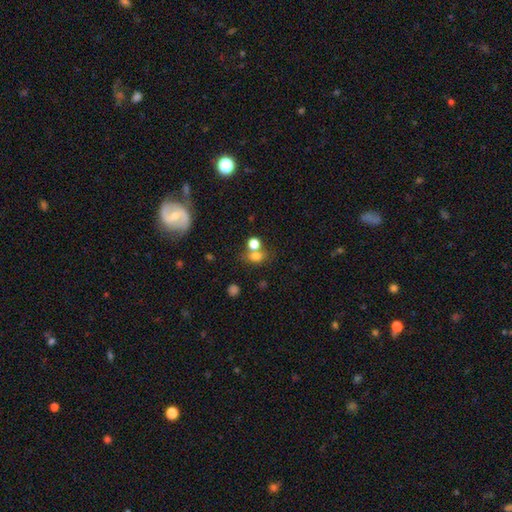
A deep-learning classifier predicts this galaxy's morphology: This is likely a smooth galaxy (73%). How rounded: possibly round (54%). Merging: possibly none (48%).